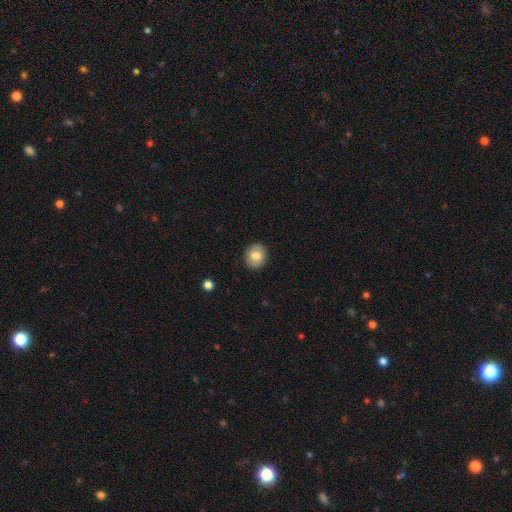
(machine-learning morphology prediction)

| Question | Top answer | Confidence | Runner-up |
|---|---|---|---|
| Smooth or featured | smooth | 73% | featured or disk (19%) |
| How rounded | round | 68% | in between (31%) |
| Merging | none | 87% | minor disturbance (9%) |